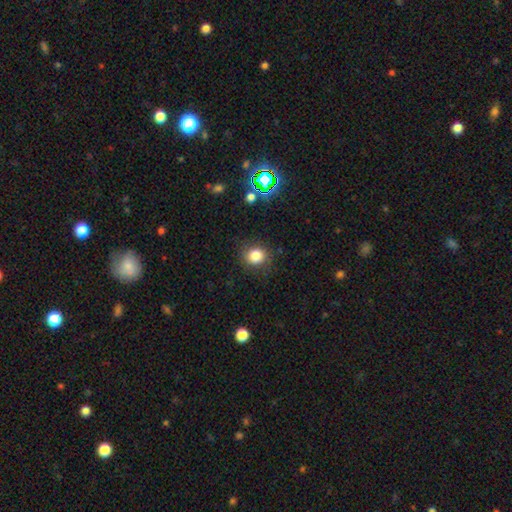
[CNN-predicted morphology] This appears to be a smooth galaxy with no disk features (82%) that is round (79%). Merging: none (82%).